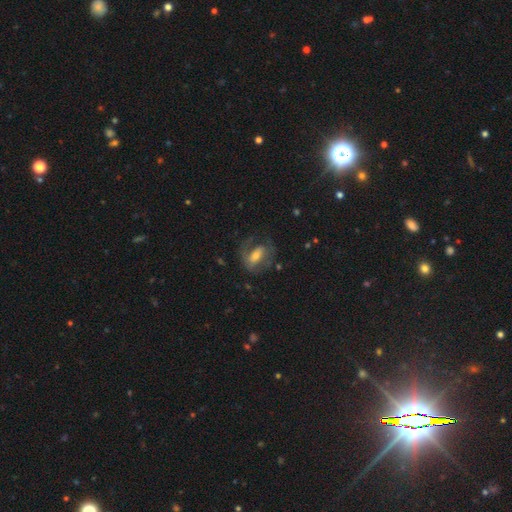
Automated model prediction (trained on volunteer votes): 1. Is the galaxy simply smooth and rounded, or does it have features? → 58% featured or disk, 34% smooth, 8% star or artifact.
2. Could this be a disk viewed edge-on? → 91% no, 9% yes.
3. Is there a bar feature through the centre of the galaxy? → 37% strong, 34% weak, 29% no.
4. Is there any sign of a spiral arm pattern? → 62% yes, 38% no.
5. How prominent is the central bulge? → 53% moderate, 34% small, 9% large, 3% none, 2% dominant.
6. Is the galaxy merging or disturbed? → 54% none, 23% major disturbance, 20% minor disturbance, 2% merger.